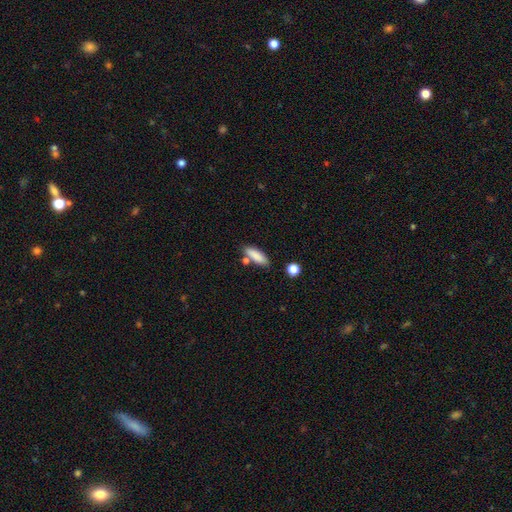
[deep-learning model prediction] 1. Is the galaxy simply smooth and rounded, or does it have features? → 85% smooth, 8% featured or disk, 7% star or artifact.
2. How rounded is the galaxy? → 55% in between, 42% cigar-shaped, 3% round.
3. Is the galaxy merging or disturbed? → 73% none, 13% minor disturbance, 10% merger, 3% major disturbance.